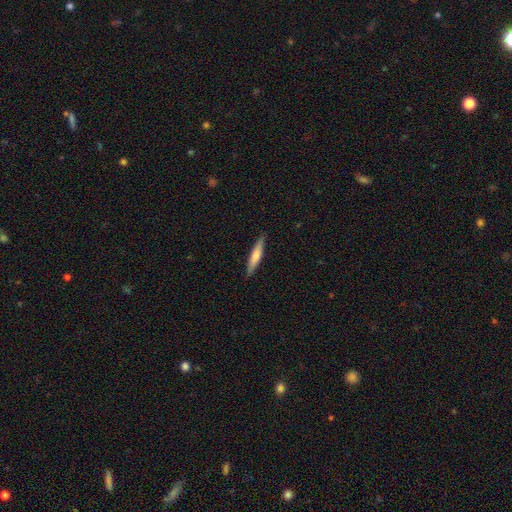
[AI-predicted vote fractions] The model was most divided on "smooth or featured": smooth: 64%, featured or disk: 31%, star or artifact: 5%. More confident: merging — none (90%); how rounded — cigar-shaped (90%).